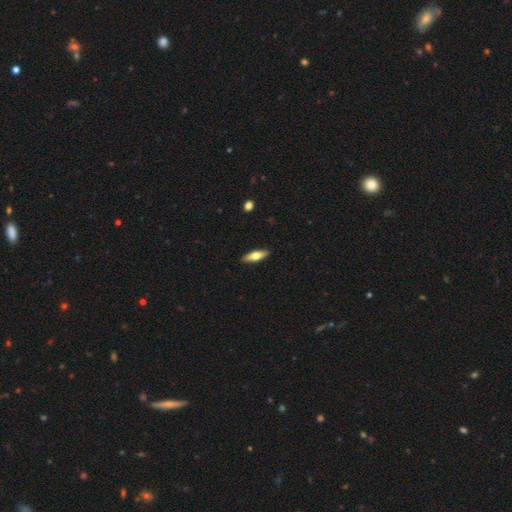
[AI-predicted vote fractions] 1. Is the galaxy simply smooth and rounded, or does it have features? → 63% smooth, 31% featured or disk, 6% star or artifact.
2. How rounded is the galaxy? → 52% in between, 46% cigar-shaped, 2% round.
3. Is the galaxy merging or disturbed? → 91% none, 7% minor disturbance, 1% major disturbance, 1% merger.